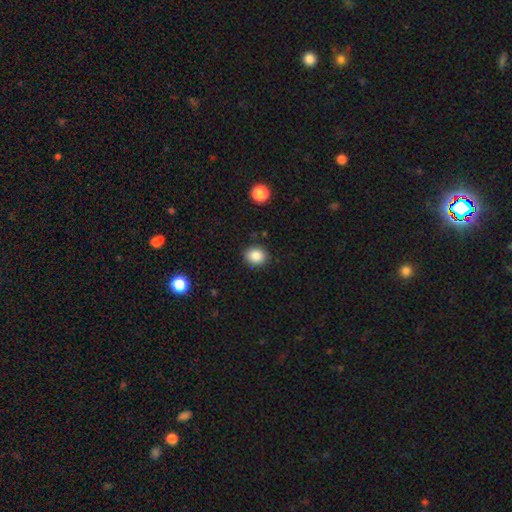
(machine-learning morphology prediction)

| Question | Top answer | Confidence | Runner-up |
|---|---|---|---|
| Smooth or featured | smooth | 86% | star or artifact (9%) |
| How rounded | round | 61% | in between (38%) |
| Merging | none | 88% | minor disturbance (8%) |